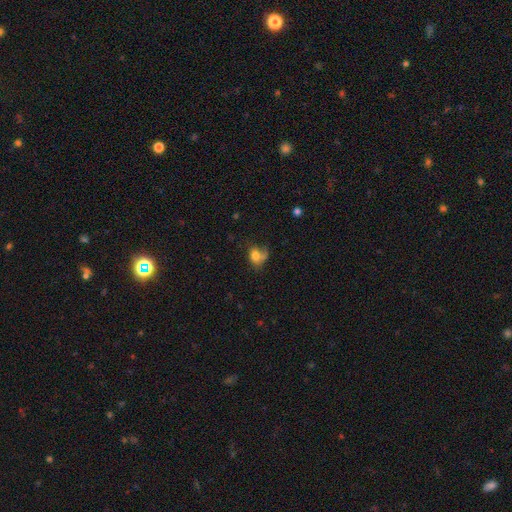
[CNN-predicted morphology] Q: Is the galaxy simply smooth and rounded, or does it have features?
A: smooth — 72%.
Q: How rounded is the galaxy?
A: in between — 60%.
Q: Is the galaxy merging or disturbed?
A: none — 37%.